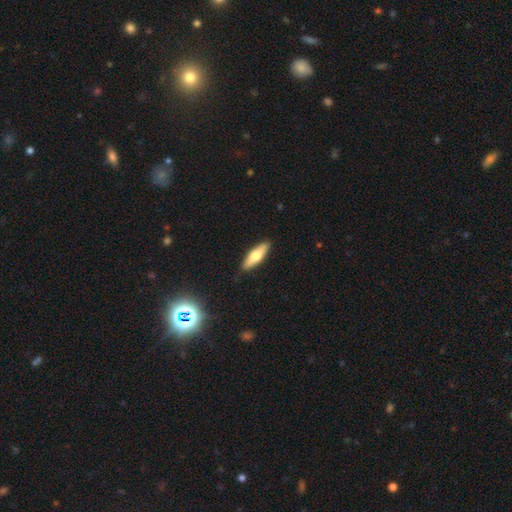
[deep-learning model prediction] smooth_or_featured: smooth (p=0.59) [alt: featured or disk p=0.35]
how_rounded: cigar-shaped (p=0.52) [alt: in between p=0.46]
merging: none (p=0.88) [alt: minor disturbance p=0.09]